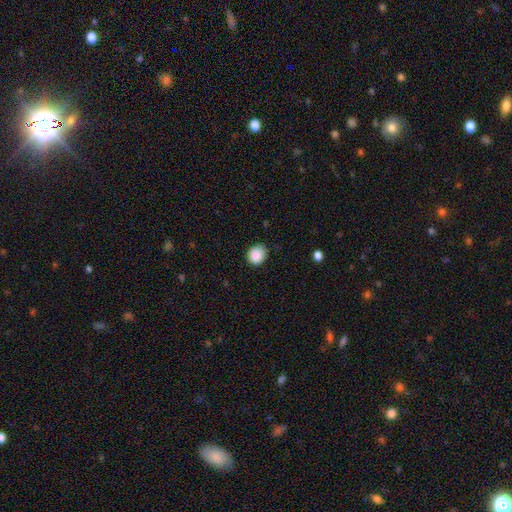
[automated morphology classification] Q: Smooth or featured?
A: smooth (88%); runner-up: star or artifact (9%)
Q: How rounded?
A: round (75%); runner-up: in between (24%)
Q: Merging?
A: none (79%); runner-up: minor disturbance (17%)